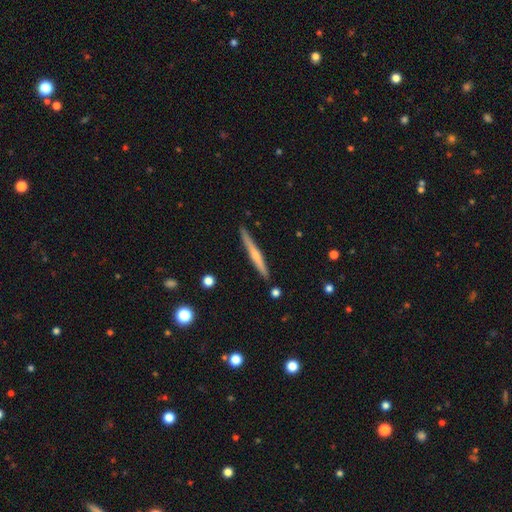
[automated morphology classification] A featured or disk galaxy (53%) viewed edge-on (97%) with a rounded central bulge (51%).

Vote fractions:
- Smooth or featured? featured or disk: 53% / smooth: 42% / star or artifact: 6%
- Edge-on disk? yes: 97% / no: 3%
- Edge-on bulge? rounded: 51% / none: 42% / boxy: 7%
- Merging? none: 89% / minor disturbance: 8% / merger: 2% / major disturbance: 1%